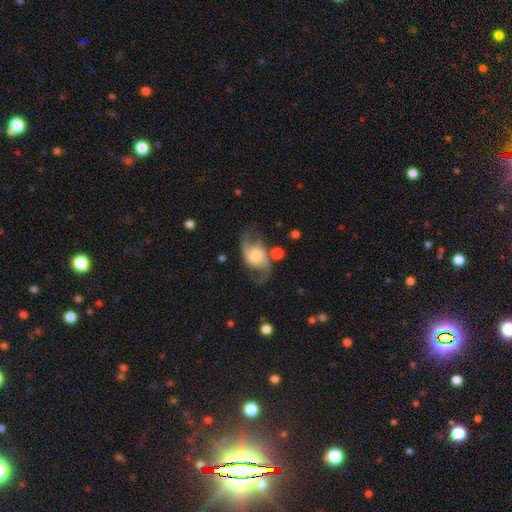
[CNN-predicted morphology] type=featured or disk (83%); edge-on=no (97%); bar=no (61%); spiral arms=yes (95%); winding=loose (61%); arm count=2 (93%); bulge=moderate (40%); merging=none (69%).